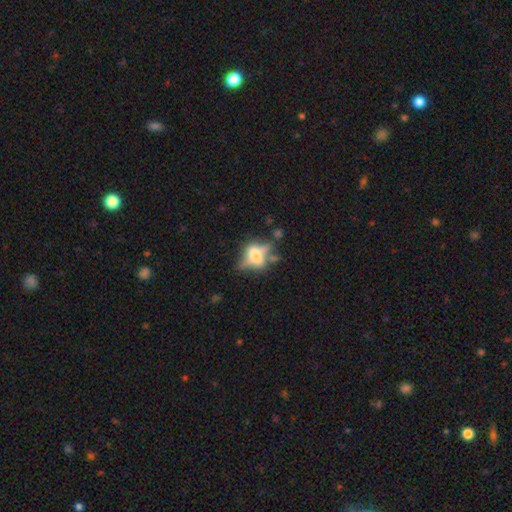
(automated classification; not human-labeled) Smooth or featured? featured or disk (57%)
Edge-on disk? yes (69%)
Merging? none (55%)